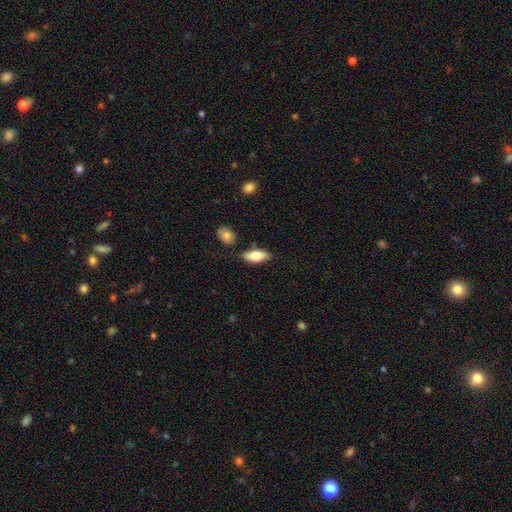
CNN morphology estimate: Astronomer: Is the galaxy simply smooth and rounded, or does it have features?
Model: smooth — 75%.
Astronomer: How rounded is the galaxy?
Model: in between — 86%.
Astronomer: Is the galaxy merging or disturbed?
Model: none — 79%.